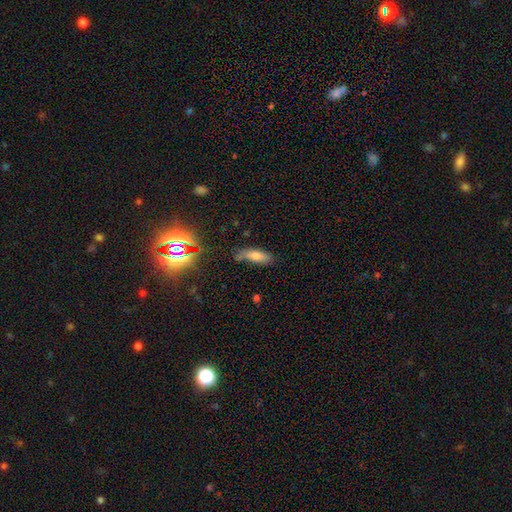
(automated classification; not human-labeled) Overall: smooth (62%). How rounded: in between (55%; cigar-shaped 42%). Merging: none (64%; minor disturbance 25%).